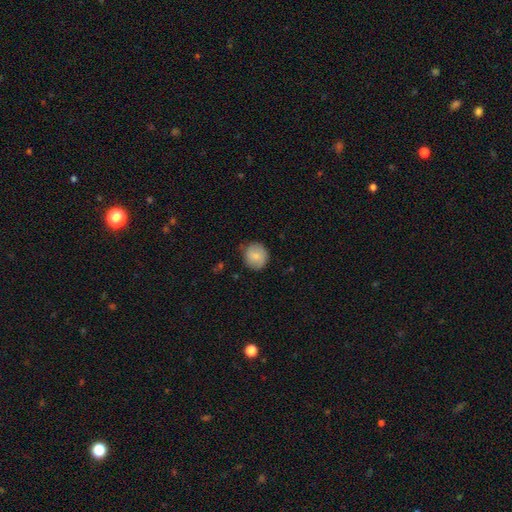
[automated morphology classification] smooth 81%, featured or disk 12%, star or artifact 7%. Down the decision tree: how rounded — round (88%); merging — none (83%).